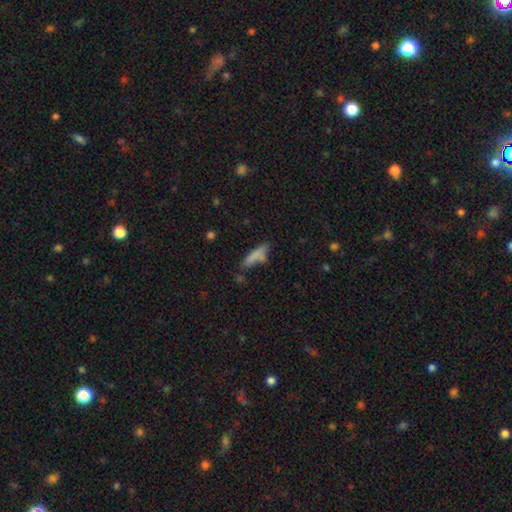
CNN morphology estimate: smooth 78%, featured or disk 13%, star or artifact 9%. Down the decision tree: how rounded — cigar-shaped (66%); merging — none (59%).